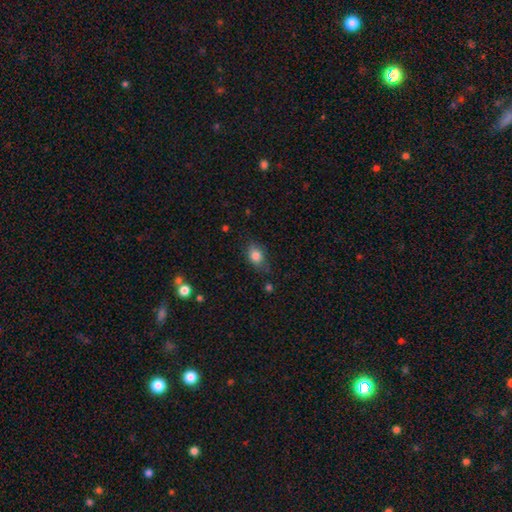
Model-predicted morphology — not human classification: Smooth or featured: smooth — 83% (star or artifact — 9%)
How rounded: in between — 71% (round — 28%)
Merging: none — 74% (minor disturbance — 19%)